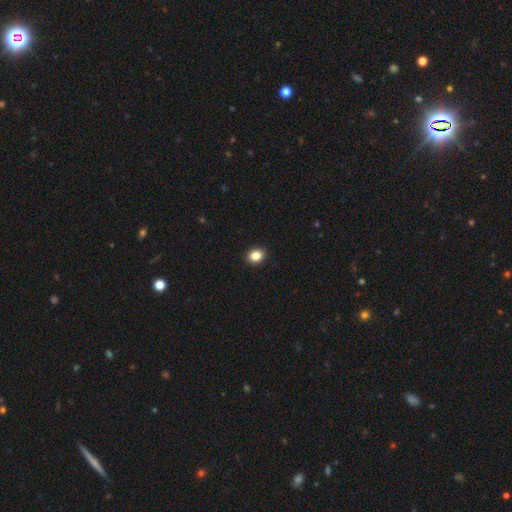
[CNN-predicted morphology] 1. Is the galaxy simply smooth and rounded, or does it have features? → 86% smooth, 10% star or artifact, 4% featured or disk.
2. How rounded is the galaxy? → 52% in between, 47% round, 1% cigar-shaped.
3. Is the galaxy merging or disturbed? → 92% none, 6% minor disturbance, 2% major disturbance, 1% merger.